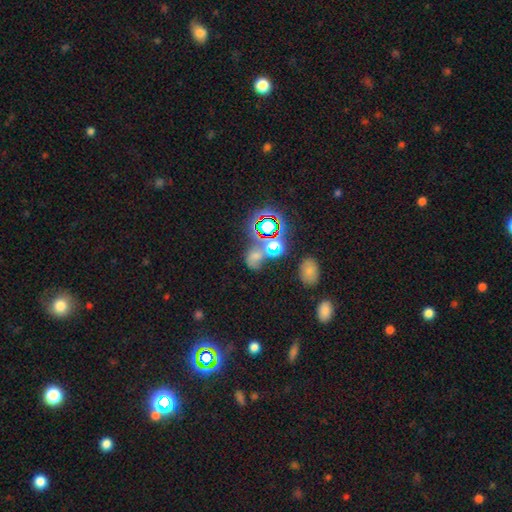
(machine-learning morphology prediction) Smooth or featured? Predicted: star or artifact (p=0.44).